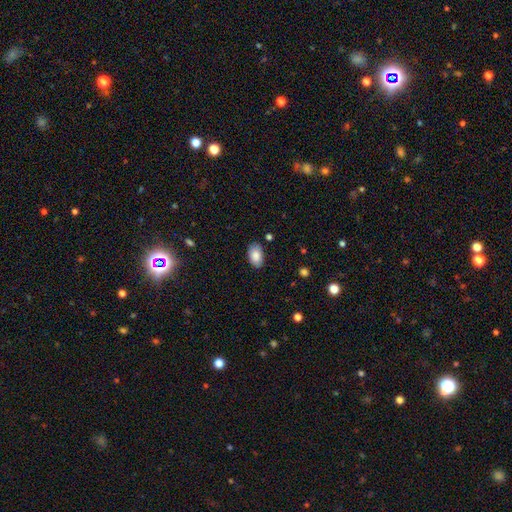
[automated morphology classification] smooth_or_featured: smooth (p=0.86) [alt: featured or disk p=0.07]
how_rounded: in between (p=0.92) [alt: round p=0.06]
merging: none (p=0.83) [alt: minor disturbance p=0.13]